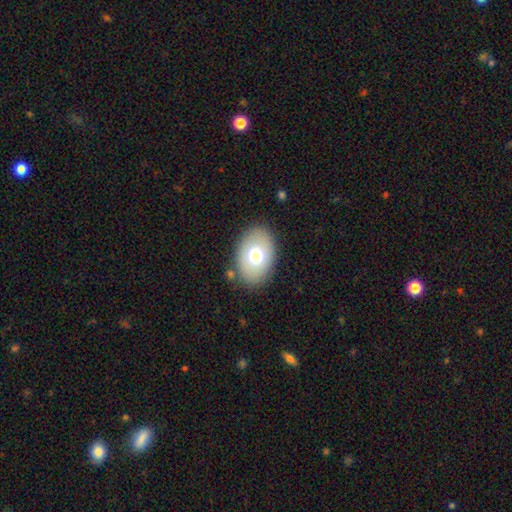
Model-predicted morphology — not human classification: Smooth or featured: smooth — 72% (featured or disk — 20%)
How rounded: in between — 84% (round — 15%)
Merging: none — 84% (minor disturbance — 10%)